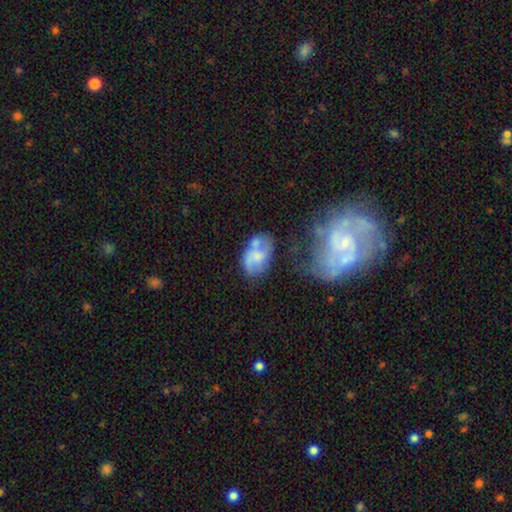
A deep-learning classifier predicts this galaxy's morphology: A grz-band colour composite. It shows a featured or disk galaxy (49%). Merging: none (39%).